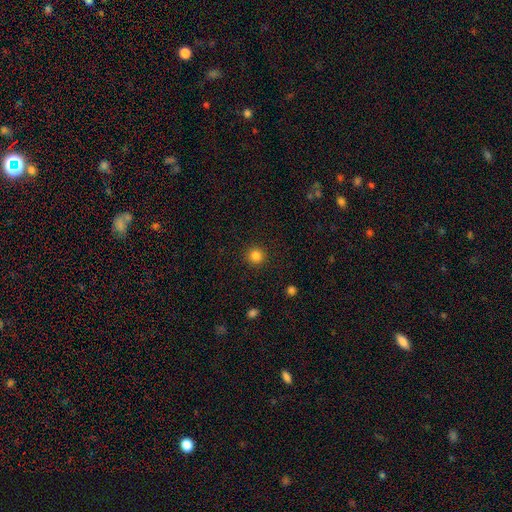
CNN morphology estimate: Q: Smooth or featured?
A: smooth (84%); runner-up: star or artifact (12%)
Q: How rounded?
A: round (95%); runner-up: in between (4%)
Q: Merging?
A: none (92%); runner-up: minor disturbance (5%)